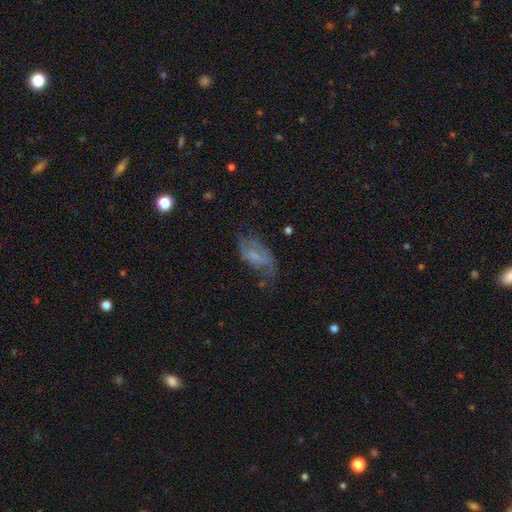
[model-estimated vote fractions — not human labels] The model was most divided on "smooth or featured": smooth: 45%, featured or disk: 44%, star or artifact: 11%. Remaining: merging — none (42%).